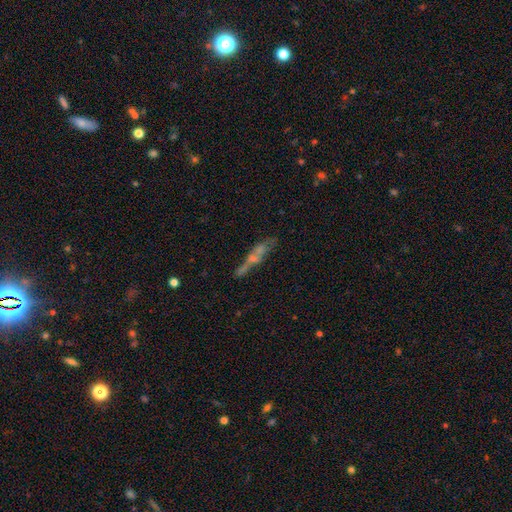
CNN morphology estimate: featured or disk 48%, smooth 37%, star or artifact 15%. Down the decision tree: merging — none (41%).